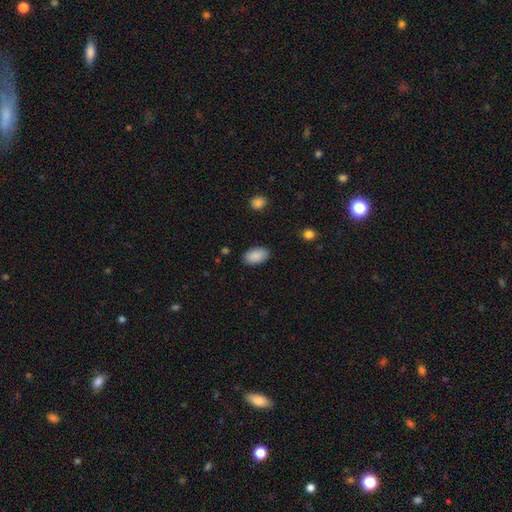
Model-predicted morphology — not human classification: This appears to be a smooth galaxy with no disk features (90%) that is in between round and cigar-shaped (95%). Merging: none (87%).